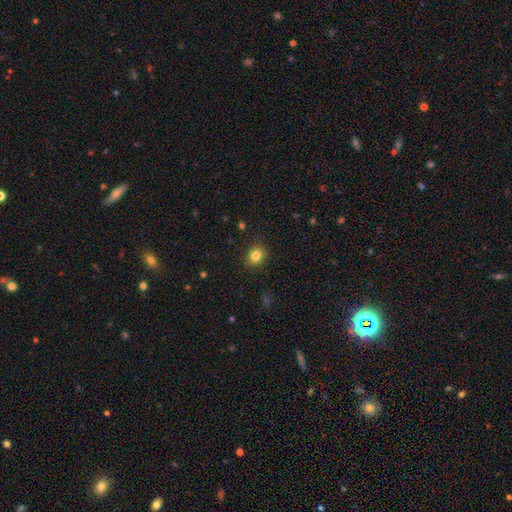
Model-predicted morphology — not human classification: Overall: smooth (82%). How rounded: round (67%; in between 32%). Merging: none (89%).